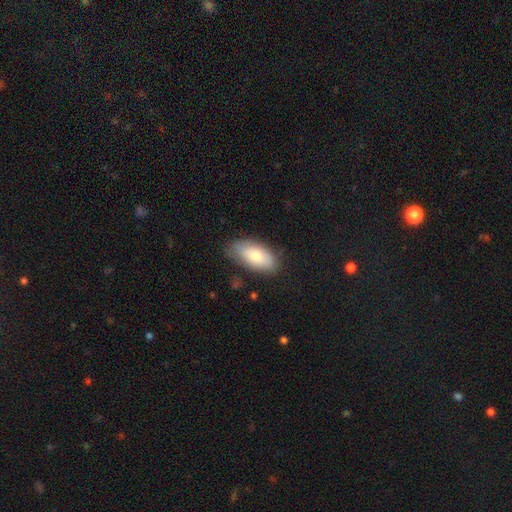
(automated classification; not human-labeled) This is likely a smooth galaxy (75%). How rounded: clearly in between (92%). Merging: likely none (74%).